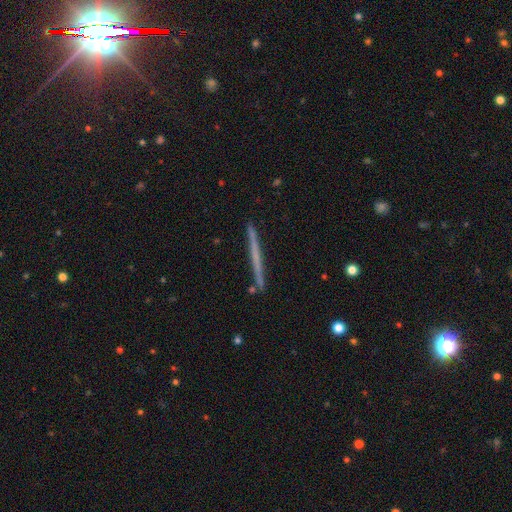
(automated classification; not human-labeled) A featured or disk galaxy (51%) viewed edge-on (98%). Merging: none (90%).